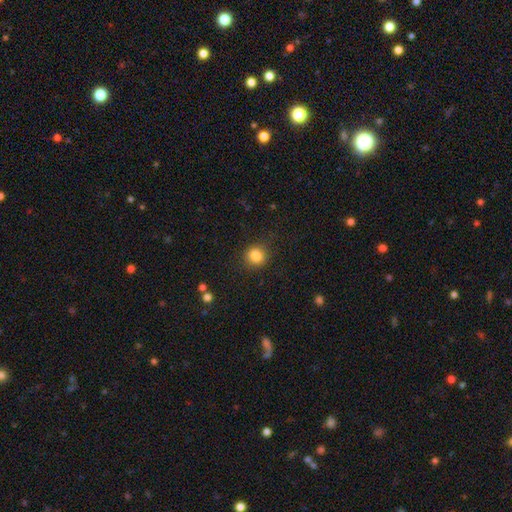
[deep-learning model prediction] A smooth galaxy with no disk features (84%) that is round (83%).

Vote fractions:
- Smooth or featured? smooth: 84% / star or artifact: 11% / featured or disk: 5%
- How rounded? round: 83% / in between: 16% / cigar-shaped: 1%
- Merging? none: 86% / minor disturbance: 10% / major disturbance: 3% / merger: 1%